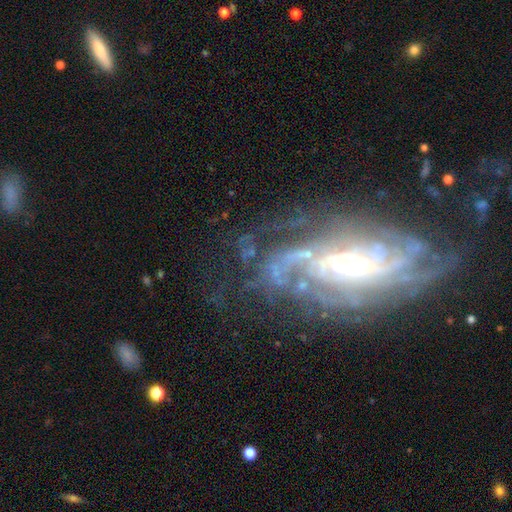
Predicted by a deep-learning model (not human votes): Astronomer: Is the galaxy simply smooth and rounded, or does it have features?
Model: featured or disk — 88%.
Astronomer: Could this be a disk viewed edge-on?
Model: no — 92%.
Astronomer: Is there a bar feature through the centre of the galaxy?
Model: no — 41% (runner-up: weak, 37%).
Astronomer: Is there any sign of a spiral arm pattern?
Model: yes — 96%.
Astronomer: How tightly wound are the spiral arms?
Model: tight — 65%.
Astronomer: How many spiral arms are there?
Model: can't tell — 32% (runner-up: 4, 18%).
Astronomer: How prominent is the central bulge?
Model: moderate — 53% (runner-up: small, 29%).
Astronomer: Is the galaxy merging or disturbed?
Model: none — 70%.